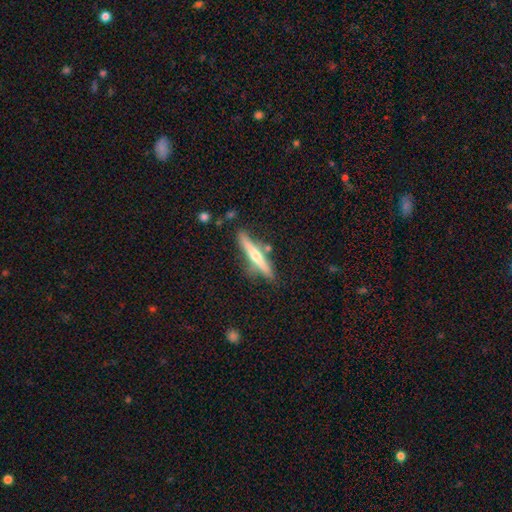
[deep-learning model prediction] The model was most divided on "smooth or featured": featured or disk: 65%, smooth: 29%, star or artifact: 6%. More confident: edge-on disk — yes (97%); edge-on bulge — rounded (86%); merging — none (81%).